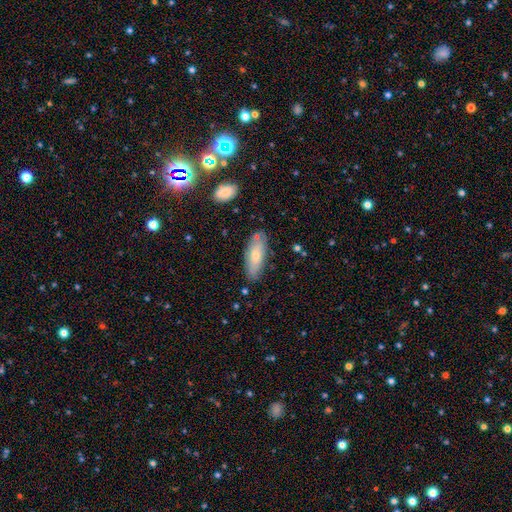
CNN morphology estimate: This appears to be a smooth galaxy with no disk features (65%) that is in between round and cigar-shaped (74%). Merging: none (76%).